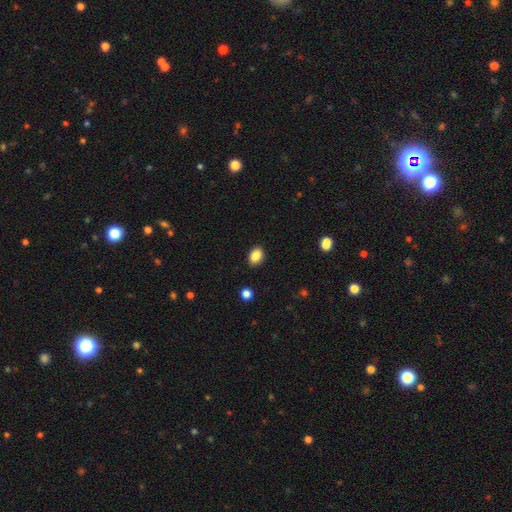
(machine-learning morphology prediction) Smooth or featured? smooth (87%)
How rounded? in between (78%)
Merging? none (89%)